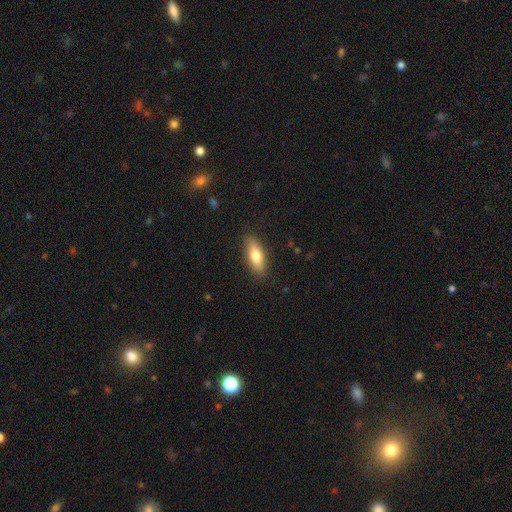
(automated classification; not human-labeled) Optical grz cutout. It shows a smooth galaxy with no disk features (76%) that is in between round and cigar-shaped (67%). Merging: none (87%).